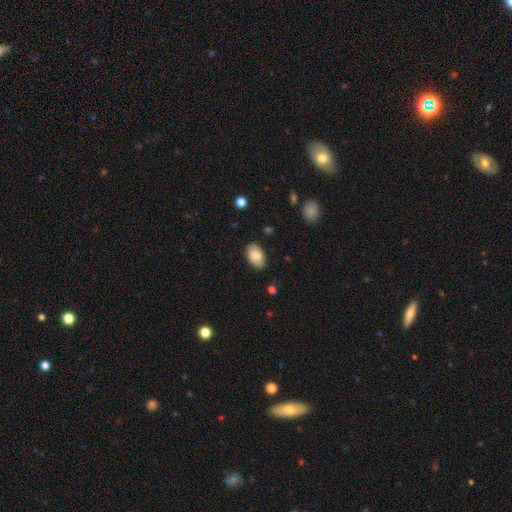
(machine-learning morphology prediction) Smooth or featured? Predicted: smooth (p=0.82). How rounded? Predicted: in between (p=0.93). Merging? Predicted: none (p=0.83).